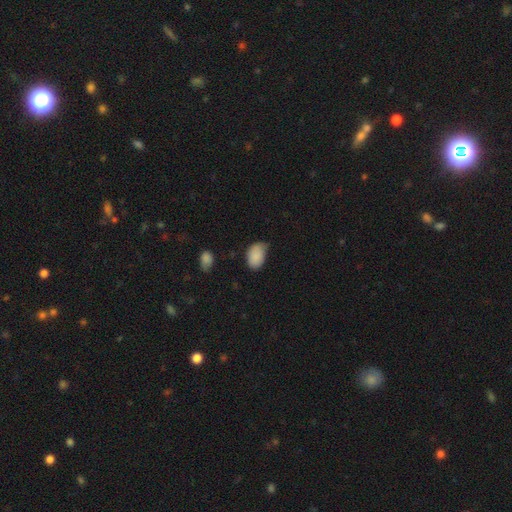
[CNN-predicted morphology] The model was most divided on "merging": none: 49%, minor disturbance: 40%, major disturbance: 9%, merger: 2%. More confident: how rounded — in between (87%); smooth or featured — smooth (87%).